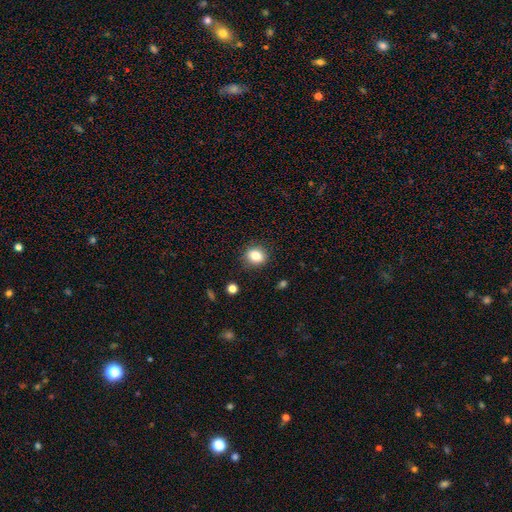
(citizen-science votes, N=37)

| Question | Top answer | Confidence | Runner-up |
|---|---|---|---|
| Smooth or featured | smooth | 84% | featured or disk (11%) |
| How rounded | round | 58% | in between (42%) |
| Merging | none | 86% | minor disturbance (11%) |